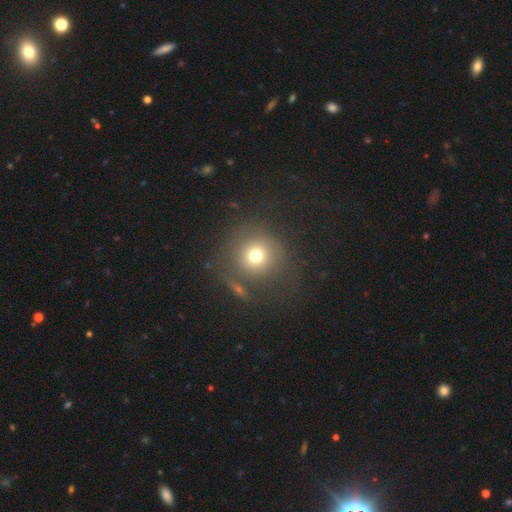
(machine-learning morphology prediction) type=smooth (71%); roundness=round (92%); merging=none (70%).